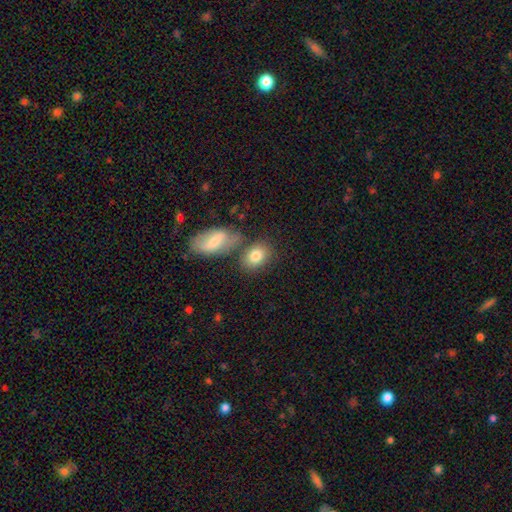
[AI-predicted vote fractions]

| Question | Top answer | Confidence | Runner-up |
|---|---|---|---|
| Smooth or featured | smooth | 80% | featured or disk (12%) |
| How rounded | in between | 72% | round (26%) |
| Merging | none | 61% | merger (21%) |